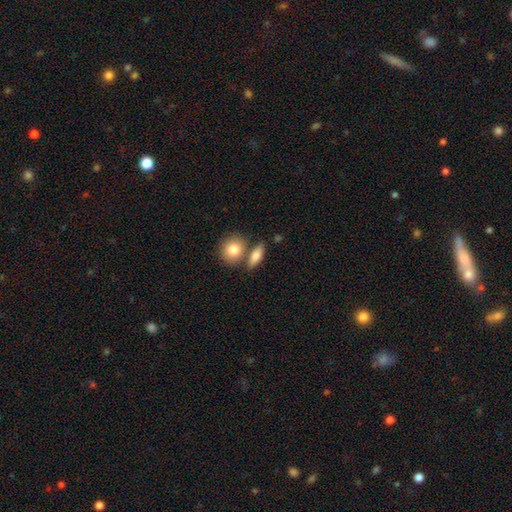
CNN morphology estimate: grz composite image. It shows a smooth galaxy with no disk features (81%) that is in between round and cigar-shaped (68%). Merging: none (59%).